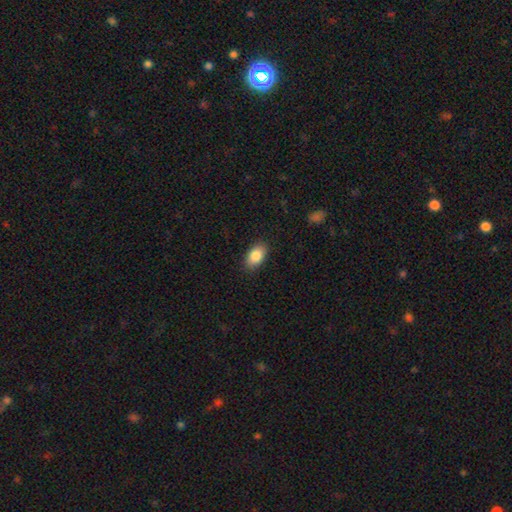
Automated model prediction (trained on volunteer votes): Smooth or featured?
  - smooth: 87% *
  - star or artifact: 7%
  - featured or disk: 6%
How rounded?
  - in between: 91% *
  - round: 7%
  - cigar-shaped: 2%
Merging?
  - none: 87% *
  - minor disturbance: 9%
  - major disturbance: 2%
  - merger: 1%